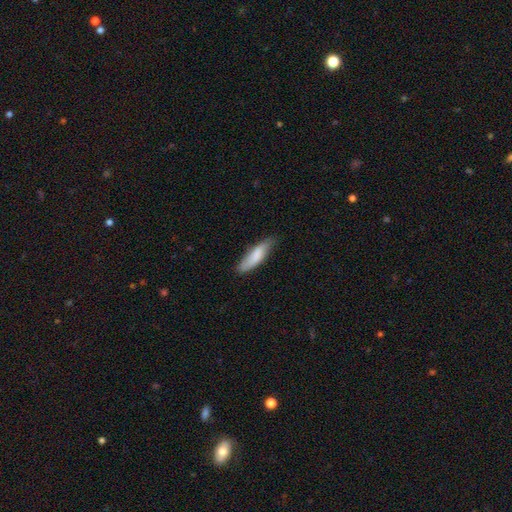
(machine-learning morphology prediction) Q: Smooth or featured?
A: smooth (80%); runner-up: featured or disk (14%)
Q: How rounded?
A: cigar-shaped (60%); runner-up: in between (38%)
Q: Merging?
A: none (75%); runner-up: minor disturbance (20%)